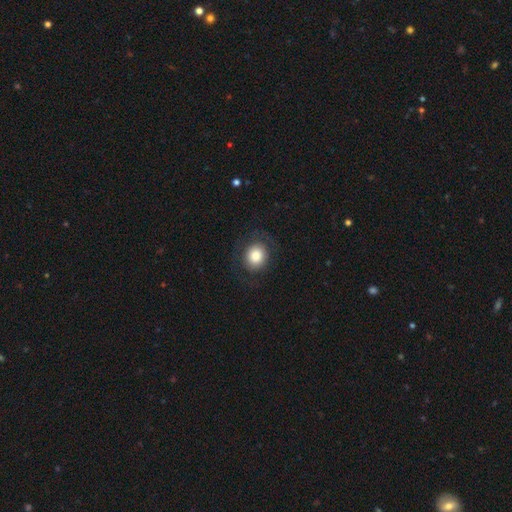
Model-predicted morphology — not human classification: This appears to be a smooth galaxy with no disk features (78%) that is round (74%). Merging: none (80%).